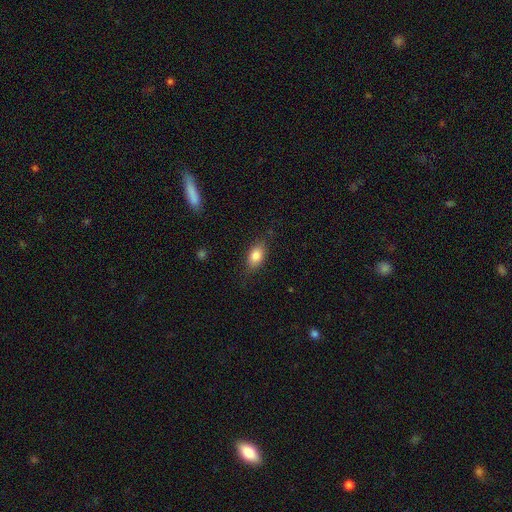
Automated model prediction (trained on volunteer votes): Smooth or featured? smooth (82%)
How rounded? in between (86%)
Merging? none (79%)